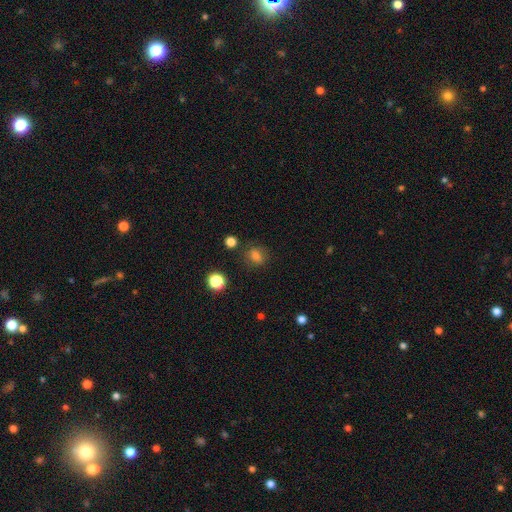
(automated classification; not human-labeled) smooth 77%, star or artifact 15%, featured or disk 8%. Down the decision tree: how rounded — round (58%); merging — none (76%).